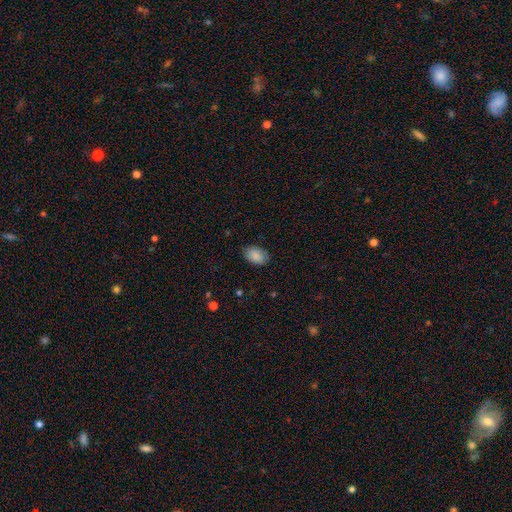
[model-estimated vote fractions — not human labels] This appears to be a smooth galaxy with no disk features (89%) that is in between round and cigar-shaped (87%). Merging: none (83%).